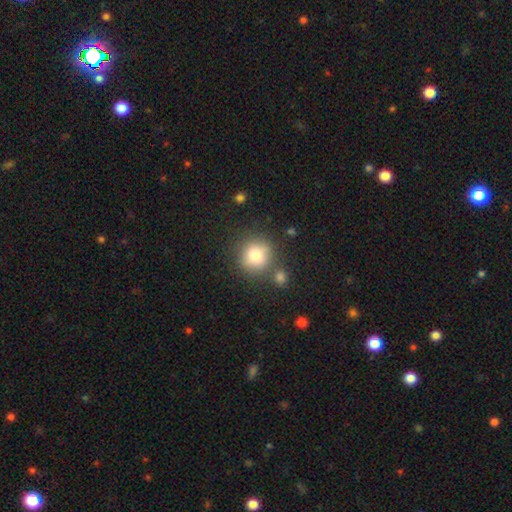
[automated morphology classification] A smooth galaxy with no disk features (76%) that is round (89%).

Vote fractions:
- Smooth or featured? smooth: 76% / featured or disk: 12% / star or artifact: 11%
- How rounded? round: 89% / in between: 10% / cigar-shaped: 1%
- Merging? none: 76% / minor disturbance: 11% / merger: 10% / major disturbance: 3%